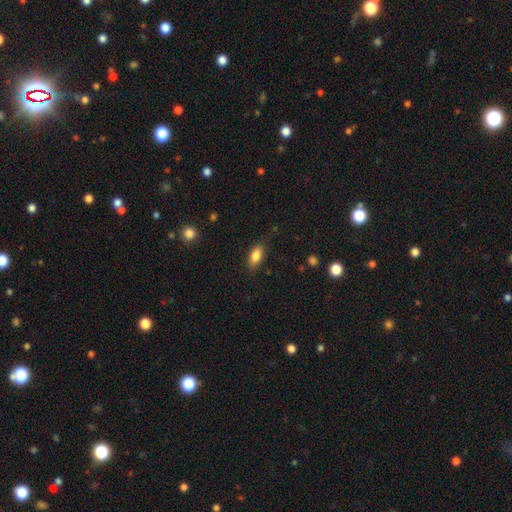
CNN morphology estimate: Smooth or featured: smooth — 85% (star or artifact — 8%)
How rounded: in between — 87% (cigar-shaped — 8%)
Merging: none — 83% (minor disturbance — 13%)